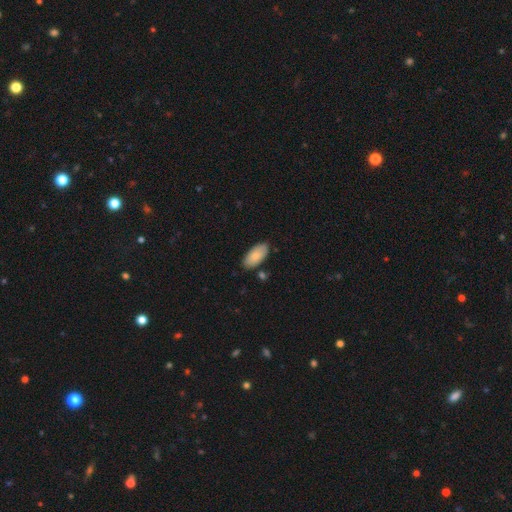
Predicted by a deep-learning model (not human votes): A smooth galaxy with no disk features (81%) that is in between round and cigar-shaped (93%). Merging: none (82%).